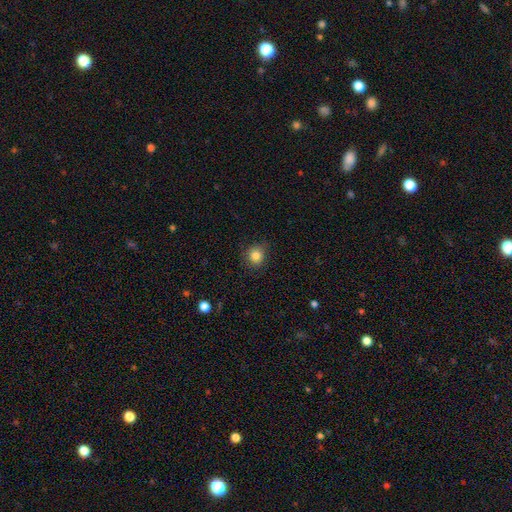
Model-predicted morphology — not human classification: Smooth or featured? smooth (84%)
How rounded? round (84%)
Merging? none (81%)